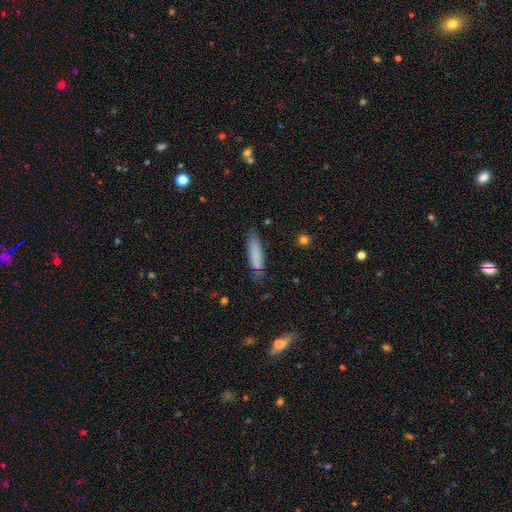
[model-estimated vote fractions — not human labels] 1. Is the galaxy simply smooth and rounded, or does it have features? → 80% smooth, 13% featured or disk, 7% star or artifact.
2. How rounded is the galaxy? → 74% cigar-shaped, 25% in between, 1% round.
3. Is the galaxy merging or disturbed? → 75% none, 19% minor disturbance, 4% major disturbance, 2% merger.